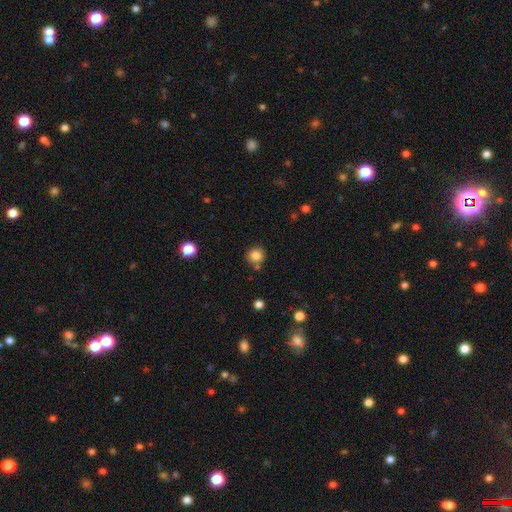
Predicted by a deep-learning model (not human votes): smooth 84%, star or artifact 11%, featured or disk 5%. Down the decision tree: how rounded — round (89%); merging — none (76%).